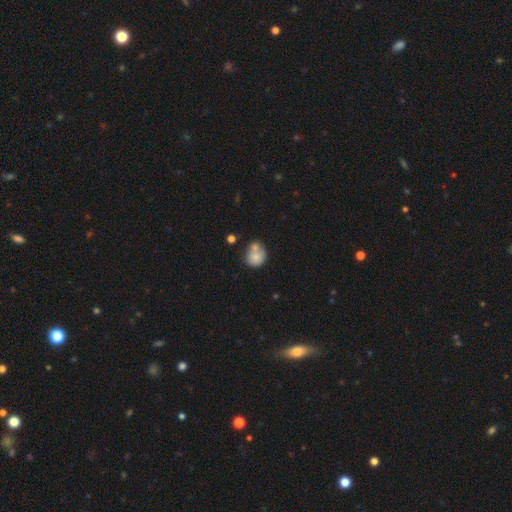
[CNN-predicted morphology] Smooth or featured: smooth — 80% (featured or disk — 12%)
How rounded: round — 80% (in between — 19%)
Merging: none — 44% (merger — 37%)